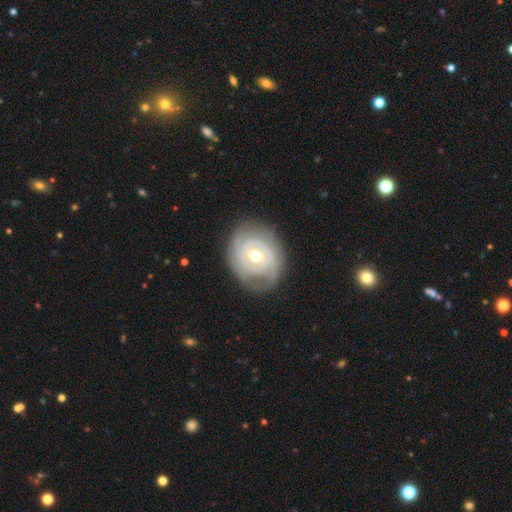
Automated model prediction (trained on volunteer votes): A featured or disk galaxy (84%) with no bar (56%), 2 (40%) tight (78%) spiral arms (92%) and a moderate central bulge (65%). Merging: none (80%).